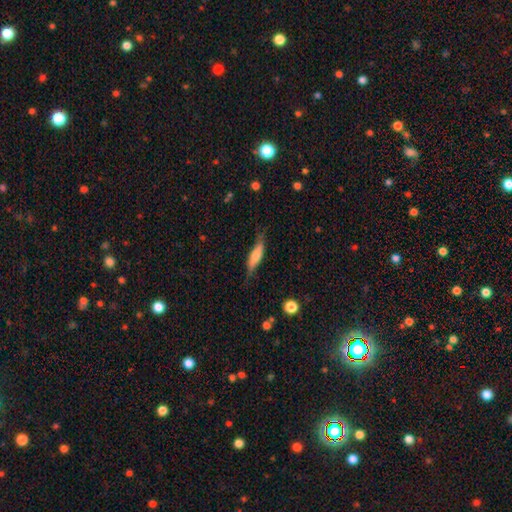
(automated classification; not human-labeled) This appears to be a smooth galaxy with no disk features (57%) that is cigar-shaped (64%). Merging: none (69%).